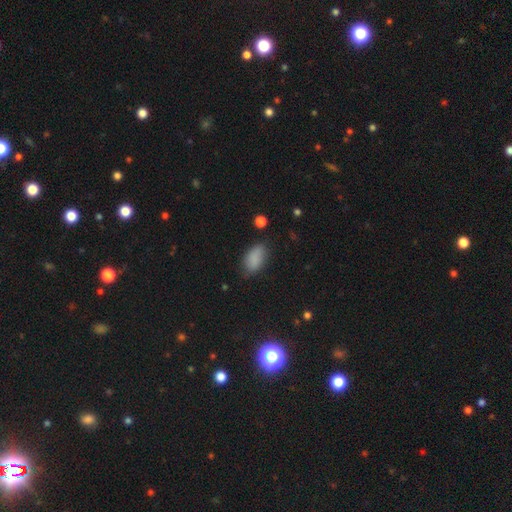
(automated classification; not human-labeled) A smooth galaxy with no disk features (85%) that is in between round and cigar-shaped (92%). Merging: none (71%).